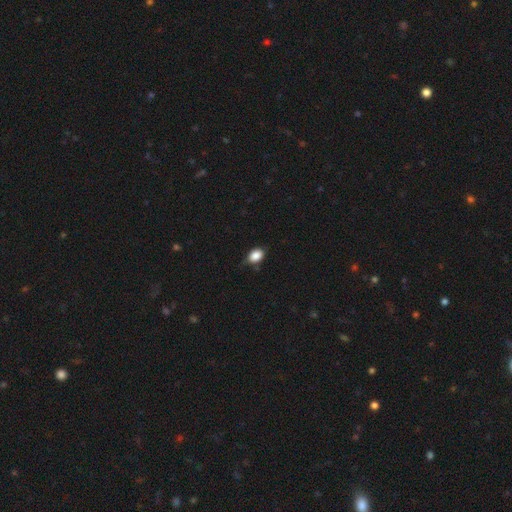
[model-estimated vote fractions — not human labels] Q: Smooth or featured?
A: smooth (86%); runner-up: star or artifact (9%)
Q: How rounded?
A: in between (81%); runner-up: round (18%)
Q: Merging?
A: none (72%); runner-up: minor disturbance (24%)